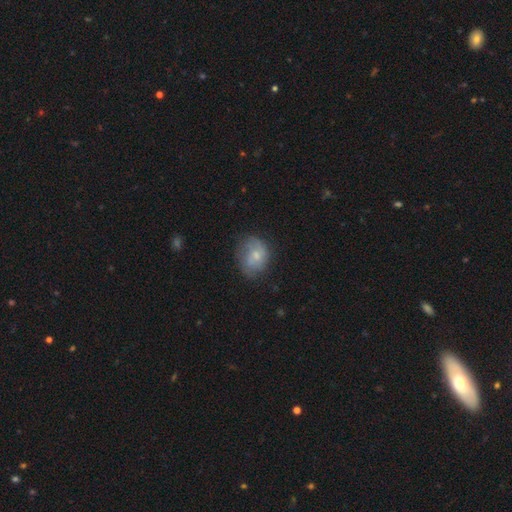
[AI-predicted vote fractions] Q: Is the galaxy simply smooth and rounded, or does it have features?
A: smooth — 61%.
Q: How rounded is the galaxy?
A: round — 55%.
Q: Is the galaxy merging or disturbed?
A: none — 59%.